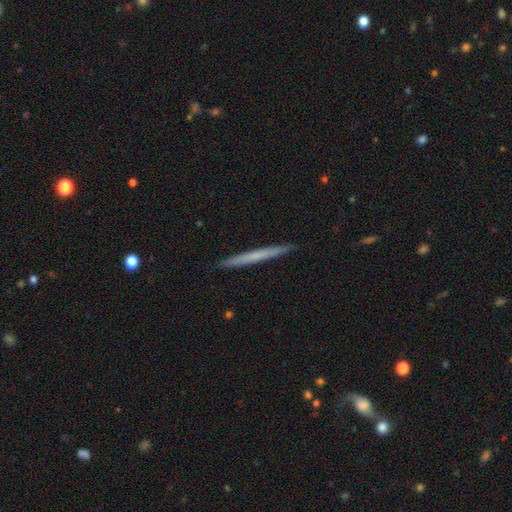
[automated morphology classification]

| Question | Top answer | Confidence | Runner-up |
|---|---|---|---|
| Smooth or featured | smooth | 53% | featured or disk (41%) |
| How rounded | cigar-shaped | 97% | in between (1%) |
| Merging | none | 92% | minor disturbance (5%) |